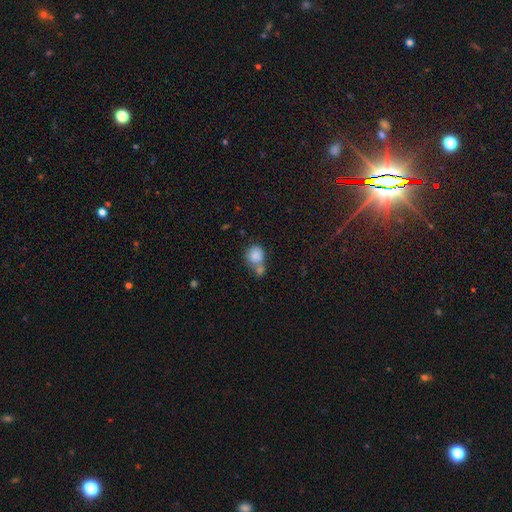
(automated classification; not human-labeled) Smooth or featured?
  - smooth: 84% *
  - star or artifact: 8%
  - featured or disk: 8%
How rounded?
  - round: 79% *
  - in between: 20%
  - cigar-shaped: 1%
Merging?
  - merger: 48% *
  - none: 35%
  - minor disturbance: 12%
  - major disturbance: 6%